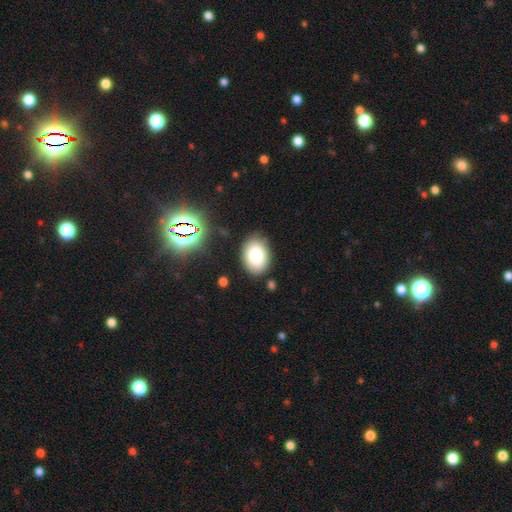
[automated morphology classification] type=smooth (82%); roundness=in between (83%); merging=none (83%).